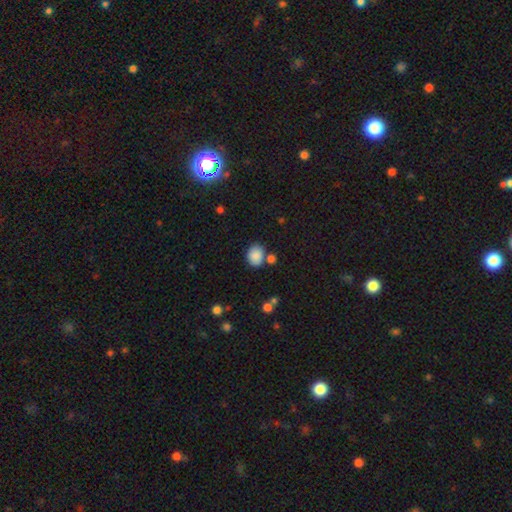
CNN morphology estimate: Smooth or featured?
  - smooth: 86% *
  - star or artifact: 9%
  - featured or disk: 5%
How rounded?
  - round: 52% *
  - in between: 47%
  - cigar-shaped: 1%
Merging?
  - none: 70% *
  - minor disturbance: 14%
  - merger: 13%
  - major disturbance: 4%